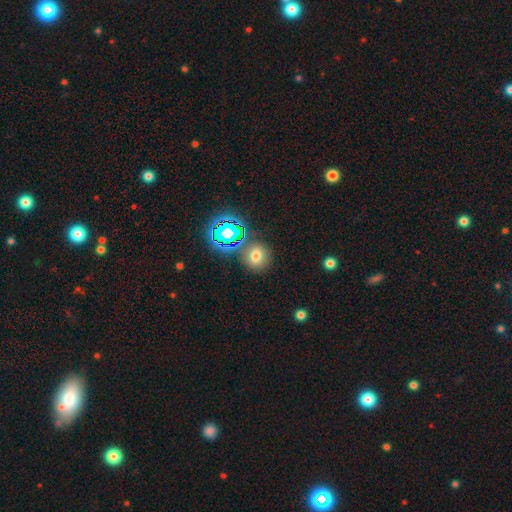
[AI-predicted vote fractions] Smooth or featured?
  - smooth: 65% *
  - star or artifact: 25%
  - featured or disk: 10%
How rounded?
  - round: 85% *
  - in between: 14%
  - cigar-shaped: 1%
Merging?
  - none: 79% *
  - minor disturbance: 10%
  - merger: 7%
  - major disturbance: 4%